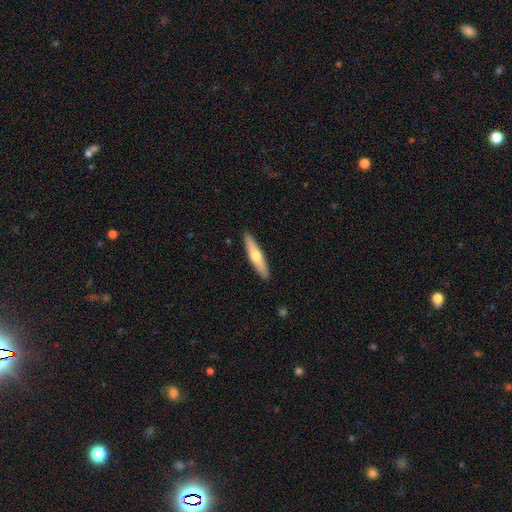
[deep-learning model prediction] Overall: smooth (50%; featured or disk 45%). How rounded: cigar-shaped (85%). Merging: none (91%).